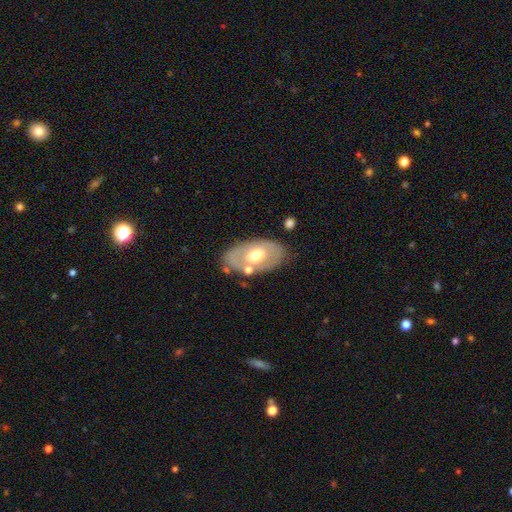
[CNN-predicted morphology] Q: Smooth or featured?
A: featured or disk (51%); runner-up: smooth (43%)
Q: Edge-on disk?
A: no (88%); runner-up: yes (12%)
Q: Merging?
A: none (72%); runner-up: minor disturbance (16%)